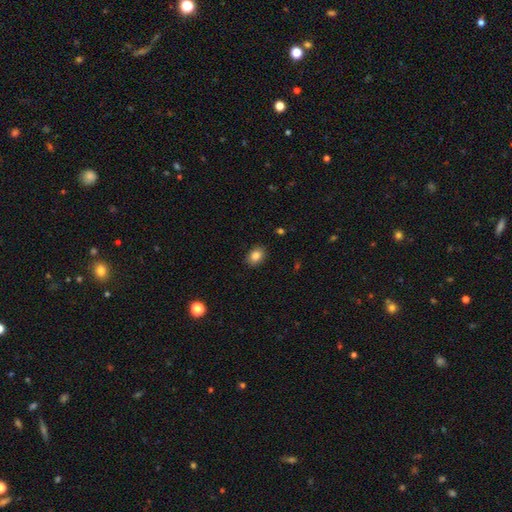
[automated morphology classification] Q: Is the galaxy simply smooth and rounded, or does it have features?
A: smooth — 84%.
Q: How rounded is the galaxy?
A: in between — 71%.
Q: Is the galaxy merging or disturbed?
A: none — 88%.